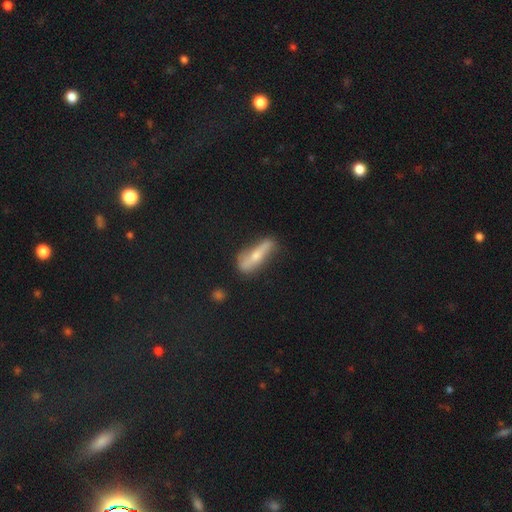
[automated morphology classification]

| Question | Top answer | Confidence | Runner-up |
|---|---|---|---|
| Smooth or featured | featured or disk | 51% | smooth (42%) |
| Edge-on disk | yes | 60% | no (40%) |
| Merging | none | 61% | minor disturbance (25%) |